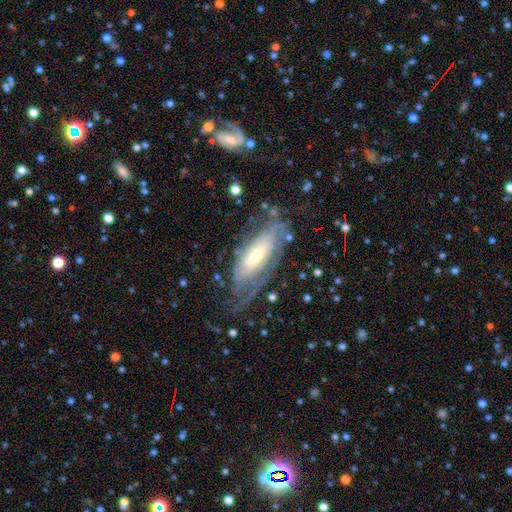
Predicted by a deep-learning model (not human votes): smooth_or_featured: featured or disk (p=0.79) [alt: smooth p=0.14]
disk_edge_on: no (p=0.87) [alt: yes p=0.13]
bar: no (p=0.48) [alt: weak p=0.34]
has_spiral_arms: yes (p=0.89) [alt: no p=0.11]
spiral_winding: tight (p=0.57) [alt: medium p=0.31]
spiral_arm_count: can't tell (p=0.49) [alt: 2 p=0.27]
bulge_size: small (p=0.48) [alt: moderate p=0.37]
merging: none (p=0.60) [alt: minor disturbance p=0.21]